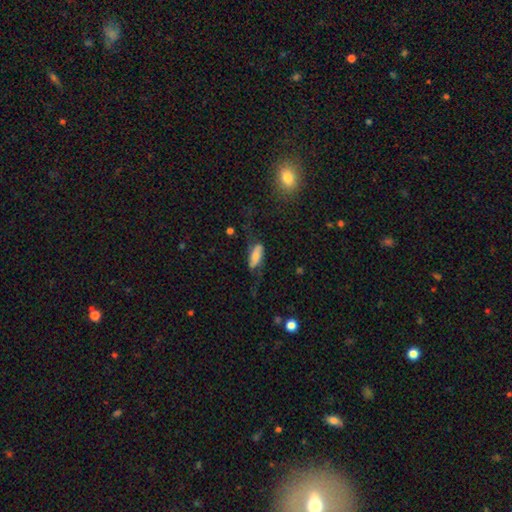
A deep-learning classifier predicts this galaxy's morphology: The model was most divided on "smooth or featured": smooth: 56%, featured or disk: 36%, star or artifact: 8%. Remaining: how rounded — in between (71%); merging — none (50%).